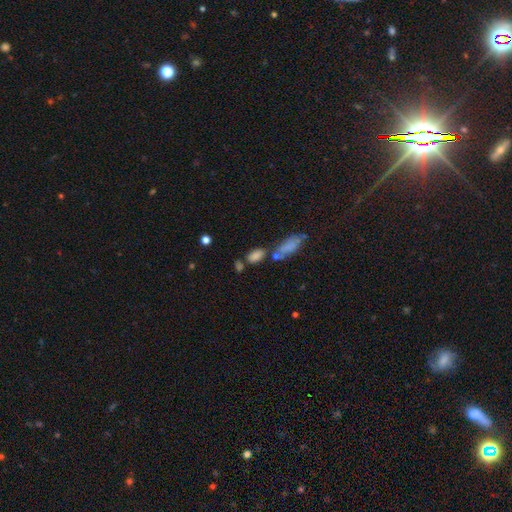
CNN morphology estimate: smooth 77%, star or artifact 12%, featured or disk 11%. Down the decision tree: how rounded — in between (83%); merging — none (47%).